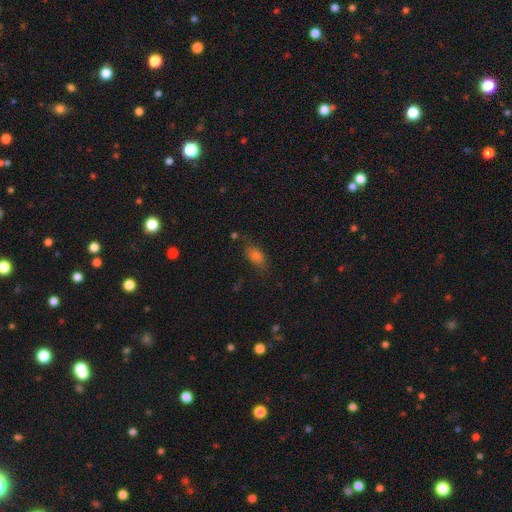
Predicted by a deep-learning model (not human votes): This appears to be a smooth galaxy with no disk features (70%) that is in between round and cigar-shaped (81%). Merging: none (73%).